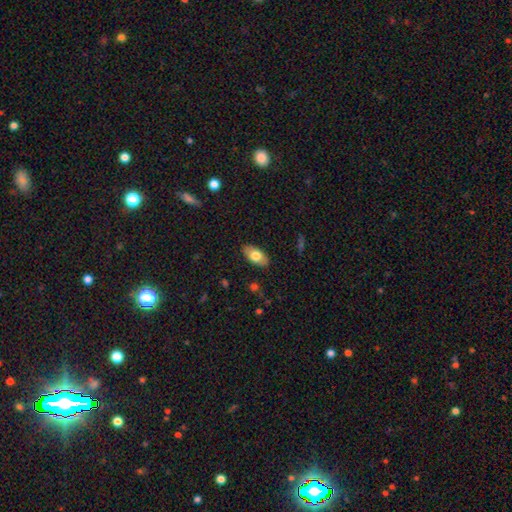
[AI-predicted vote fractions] A smooth galaxy with no disk features (74%) that is in between round and cigar-shaped (93%).

Vote fractions:
- Smooth or featured? smooth: 74% / featured or disk: 20% / star or artifact: 6%
- How rounded? in between: 93% / cigar-shaped: 4% / round: 4%
- Merging? none: 87% / minor disturbance: 10% / major disturbance: 2% / merger: 1%